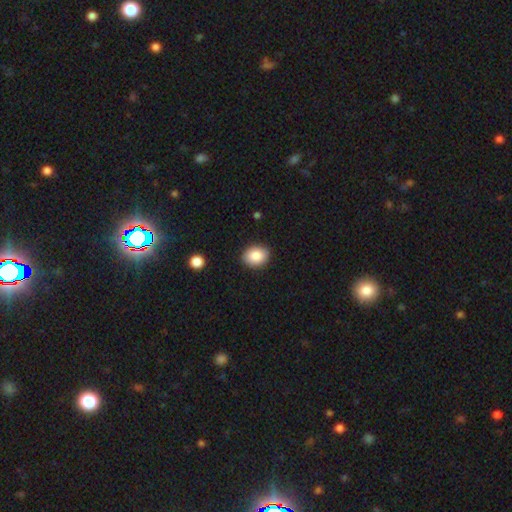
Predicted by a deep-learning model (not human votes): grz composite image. It shows a smooth galaxy with no disk features (87%) that is in between round and cigar-shaped (54%). Merging: none (88%).